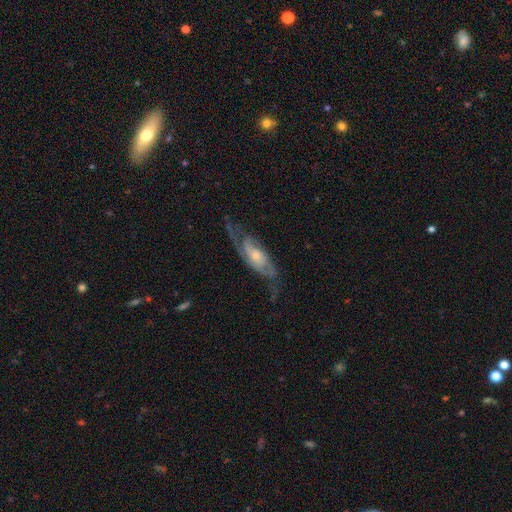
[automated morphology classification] A featured or disk galaxy (79%) with no bar (64%), 2 (66%) medium (44%) spiral arms (91%) and a moderate central bulge (46%).

Vote fractions:
- Smooth or featured? featured or disk: 79% / smooth: 16% / star or artifact: 6%
- Edge-on disk? no: 87% / yes: 13%
- Bar? no: 64% / weak: 29% / strong: 7%
- Spiral arms? yes: 91% / no: 9%
- Spiral winding? medium: 44% / loose: 29% / tight: 27%
- Spiral arm count? 2: 66% / can't tell: 18% / 3: 7% / 1: 5% / 4: 2% / more than 4: 2%
- Bulge size? moderate: 46% / small: 43% / large: 6% / none: 4% / dominant: 1%
- Merging? none: 55% / minor disturbance: 22% / major disturbance: 21% / merger: 2%